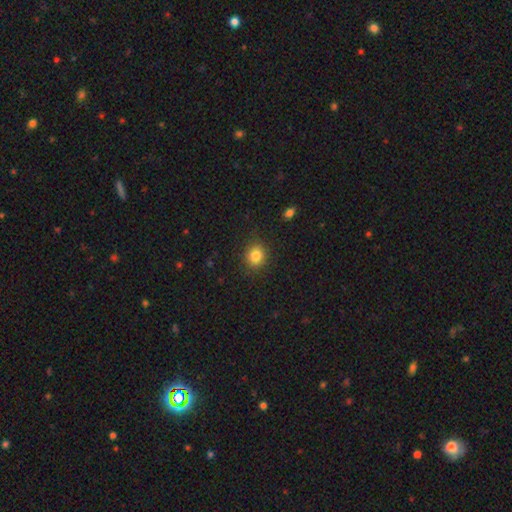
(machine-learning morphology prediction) Smooth or featured? Predicted: smooth (p=0.84). How rounded? Predicted: round (p=0.72). Merging? Predicted: none (p=0.87).